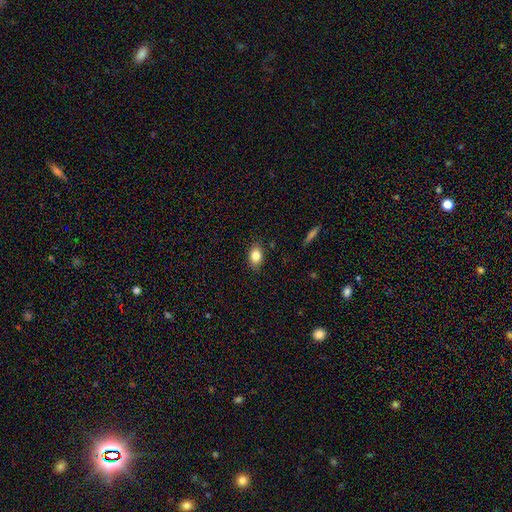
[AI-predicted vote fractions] smooth_or_featured: smooth (p=0.82) [alt: star or artifact p=0.09]
how_rounded: in between (p=0.81) [alt: round p=0.17]
merging: none (p=0.85) [alt: minor disturbance p=0.11]